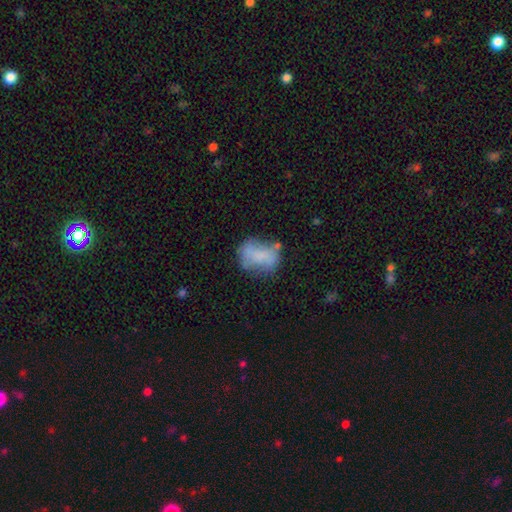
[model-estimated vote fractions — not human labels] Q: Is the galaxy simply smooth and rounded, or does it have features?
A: smooth — 59%.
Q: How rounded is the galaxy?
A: in between — 69%.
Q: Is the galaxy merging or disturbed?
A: none — 46%.